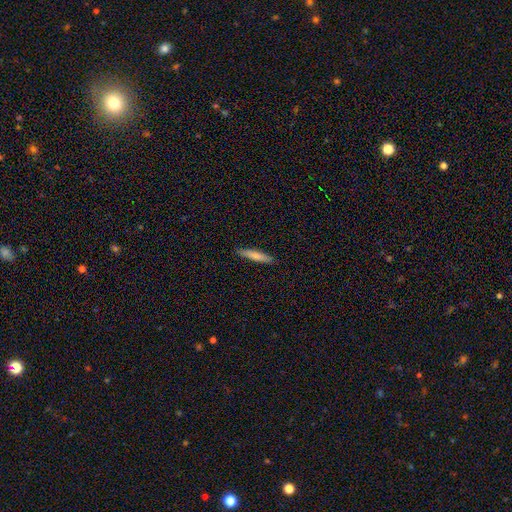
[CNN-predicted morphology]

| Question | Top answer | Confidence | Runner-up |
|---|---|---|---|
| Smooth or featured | smooth | 72% | featured or disk (22%) |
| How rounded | cigar-shaped | 88% | in between (11%) |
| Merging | none | 90% | minor disturbance (7%) |